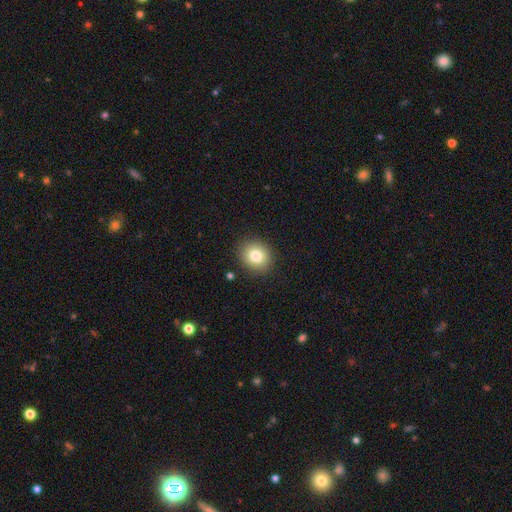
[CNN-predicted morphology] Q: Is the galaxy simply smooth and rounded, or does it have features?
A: smooth — 83%.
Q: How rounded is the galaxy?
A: round — 67%.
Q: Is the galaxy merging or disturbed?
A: none — 88%.